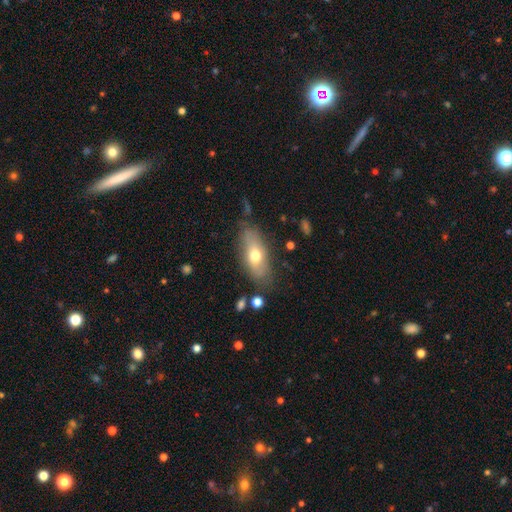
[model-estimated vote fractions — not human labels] Smooth or featured?
  - smooth: 59% *
  - featured or disk: 34%
  - star or artifact: 7%
How rounded?
  - in between: 77% *
  - cigar-shaped: 18%
  - round: 5%
Merging?
  - none: 72% *
  - minor disturbance: 19%
  - major disturbance: 6%
  - merger: 3%